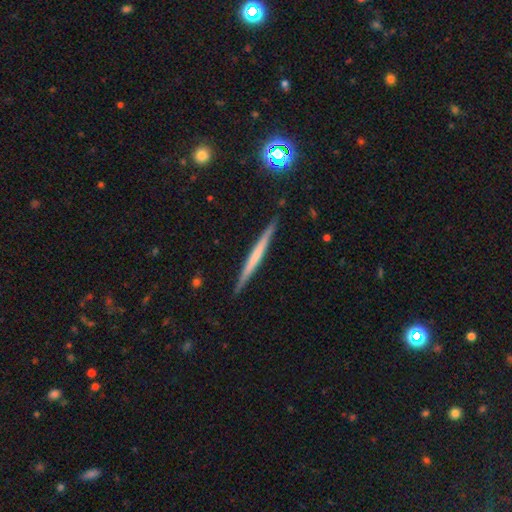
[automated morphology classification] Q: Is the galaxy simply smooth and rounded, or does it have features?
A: featured or disk — 54%.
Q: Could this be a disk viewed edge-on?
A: yes — 98%.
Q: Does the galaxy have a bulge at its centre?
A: none — 81%.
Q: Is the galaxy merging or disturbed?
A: none — 91%.